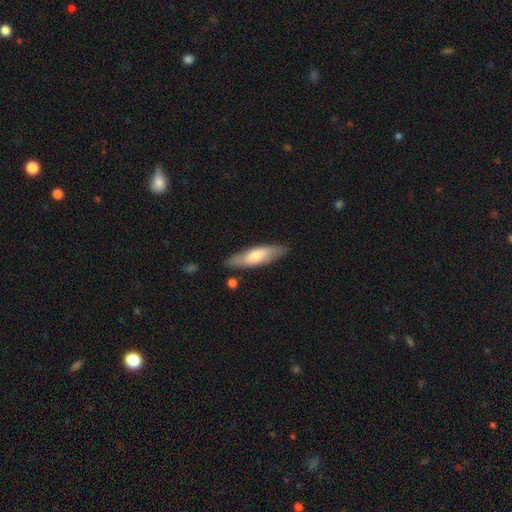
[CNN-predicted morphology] Smooth or featured: smooth — 55% (featured or disk — 39%)
How rounded: cigar-shaped — 56% (in between — 42%)
Merging: none — 82% (minor disturbance — 13%)